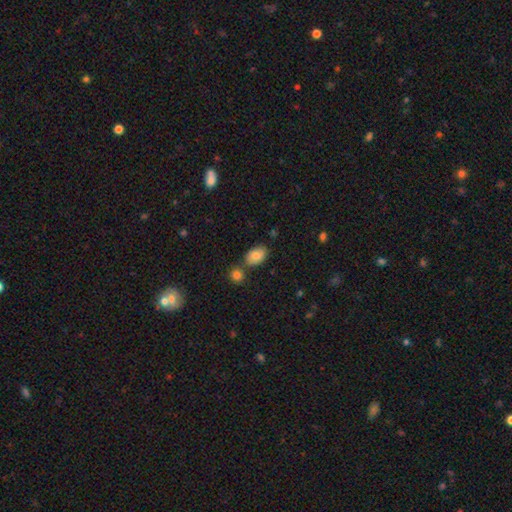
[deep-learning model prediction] A smooth galaxy with no disk features (81%) that is in between round and cigar-shaped (86%).

Vote fractions:
- Smooth or featured? smooth: 81% / featured or disk: 11% / star or artifact: 8%
- How rounded? in between: 86% / round: 13% / cigar-shaped: 1%
- Merging? none: 67% / merger: 15% / minor disturbance: 14% / major disturbance: 3%